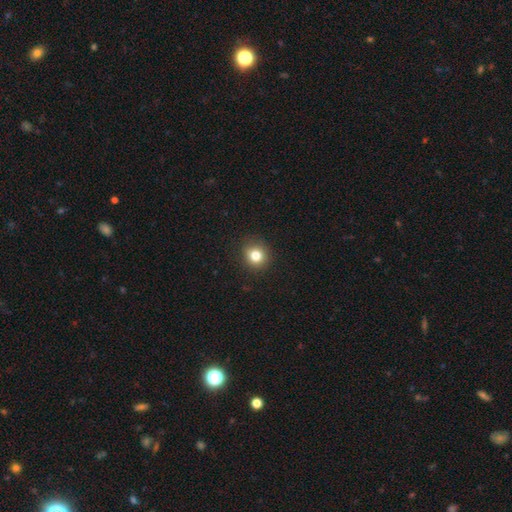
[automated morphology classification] Smooth or featured: smooth — 80% (star or artifact — 13%)
How rounded: round — 88% (in between — 11%)
Merging: none — 88% (minor disturbance — 8%)